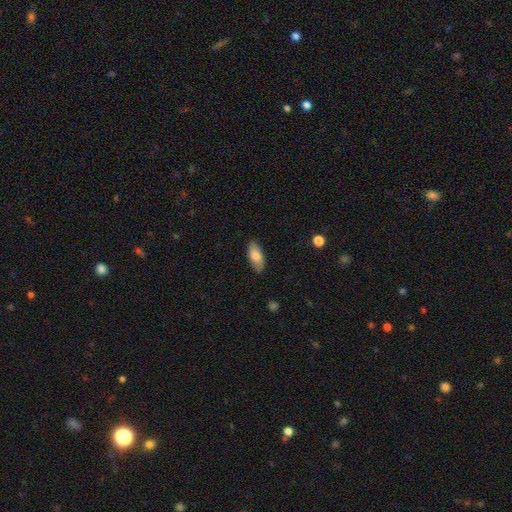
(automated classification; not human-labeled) Q: Smooth or featured?
A: smooth (78%); runner-up: featured or disk (16%)
Q: How rounded?
A: in between (88%); runner-up: cigar-shaped (10%)
Q: Merging?
A: none (85%); runner-up: minor disturbance (12%)